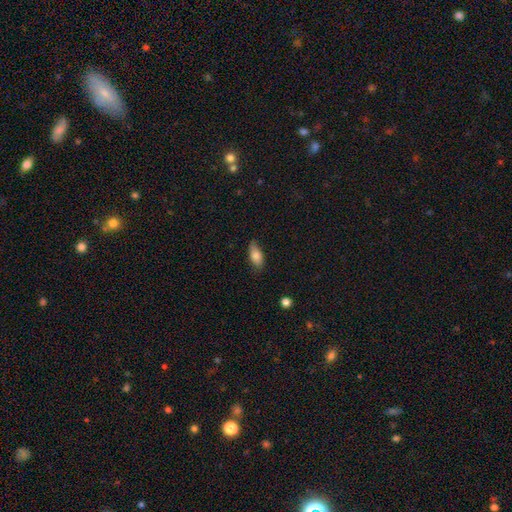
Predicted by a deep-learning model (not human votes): This appears to be a smooth galaxy with no disk features (80%) that is in between round and cigar-shaped (88%). Merging: none (73%).